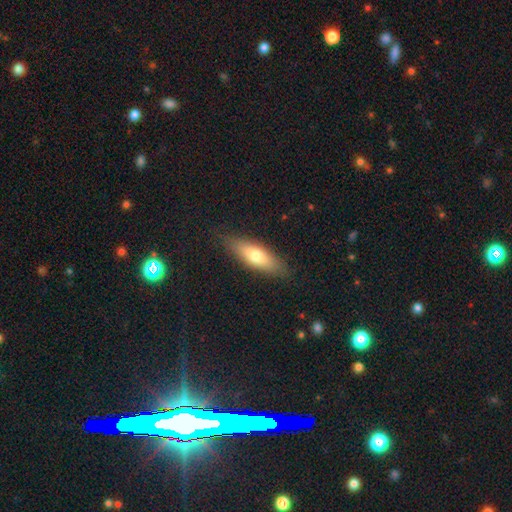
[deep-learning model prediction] Smooth or featured: smooth — 69% (featured or disk — 25%)
How rounded: in between — 51% (cigar-shaped — 47%)
Merging: none — 84% (minor disturbance — 12%)